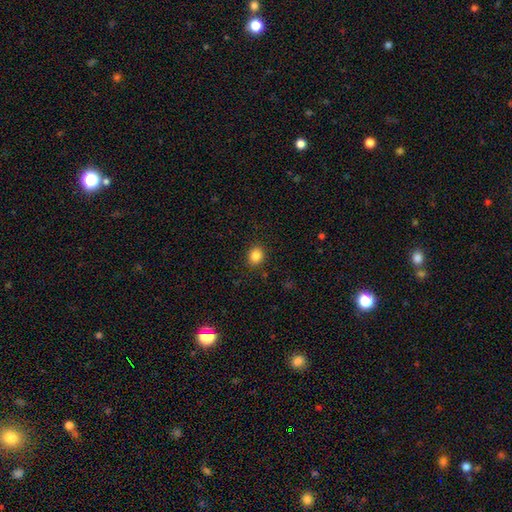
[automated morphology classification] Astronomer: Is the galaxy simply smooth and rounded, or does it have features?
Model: smooth — 85%.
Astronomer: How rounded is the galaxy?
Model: round — 67%.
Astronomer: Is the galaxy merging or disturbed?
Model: none — 90%.